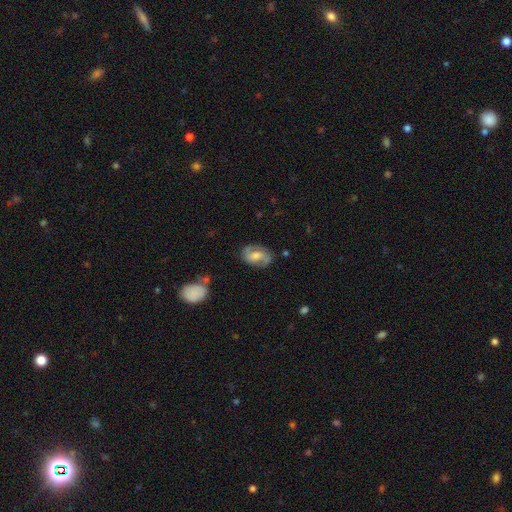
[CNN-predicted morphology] type=featured or disk (71%); edge-on=no (96%); bar=weak (47%); spiral arms=yes (90%); winding=medium (50%); arm count=2 (87%); bulge=moderate (53%); merging=none (76%).